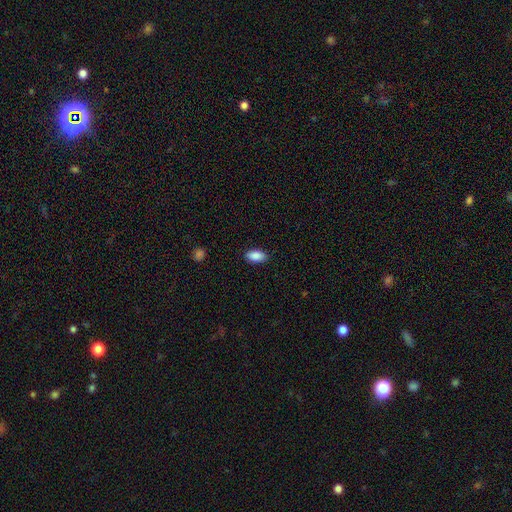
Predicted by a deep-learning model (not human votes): Q: Smooth or featured?
A: smooth (88%); runner-up: star or artifact (7%)
Q: How rounded?
A: in between (92%); runner-up: cigar-shaped (5%)
Q: Merging?
A: none (88%); runner-up: minor disturbance (9%)